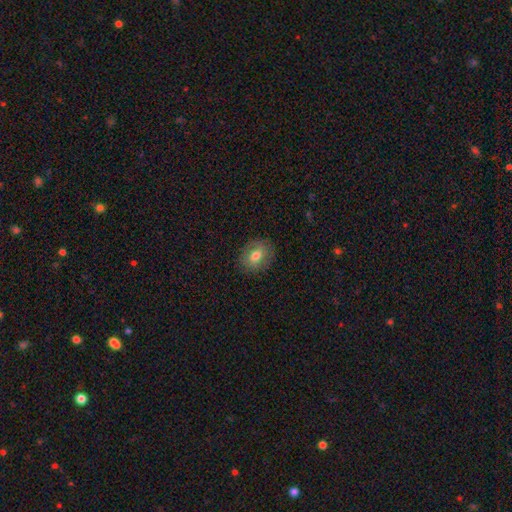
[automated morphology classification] type=smooth (69%); roundness=round (54%); merging=none (86%).